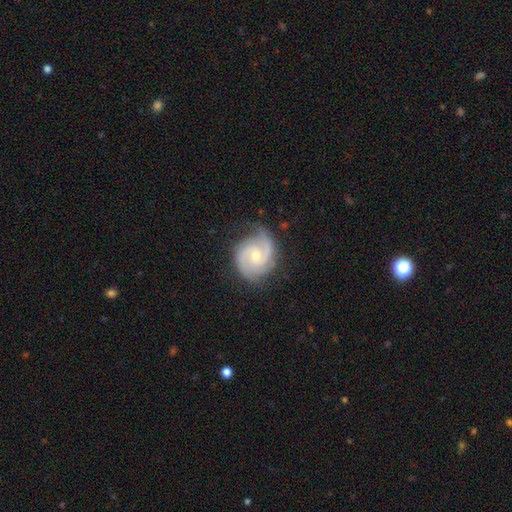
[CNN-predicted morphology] Smooth or featured? featured or disk (88%)
Edge-on disk? no (98%)
Bar? no (63%)
Spiral arms? yes (98%)
Spiral winding? tight (47%)
Spiral arm count? 2 (61%)
Bulge size? moderate (49%)
Merging? none (72%)